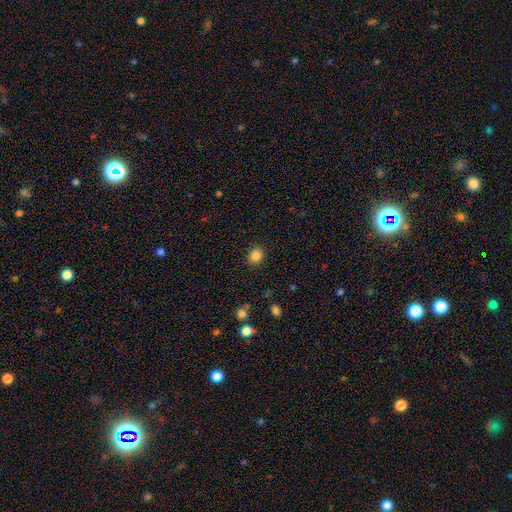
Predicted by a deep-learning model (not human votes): A smooth galaxy with no disk features (85%) that is round (68%). Merging: none (89%).